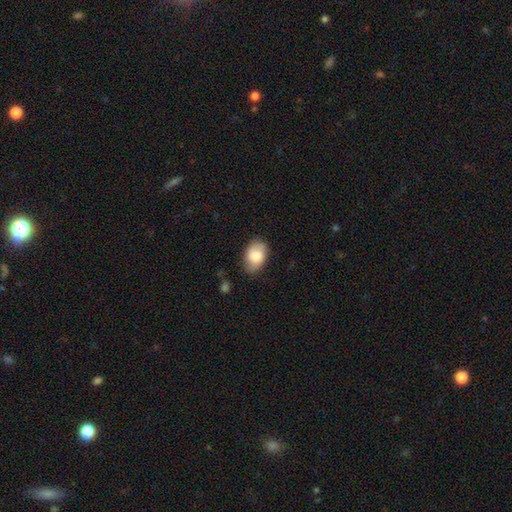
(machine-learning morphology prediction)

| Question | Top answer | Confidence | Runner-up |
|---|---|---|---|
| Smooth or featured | smooth | 76% | featured or disk (17%) |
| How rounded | in between | 85% | round (13%) |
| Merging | none | 74% | minor disturbance (20%) |